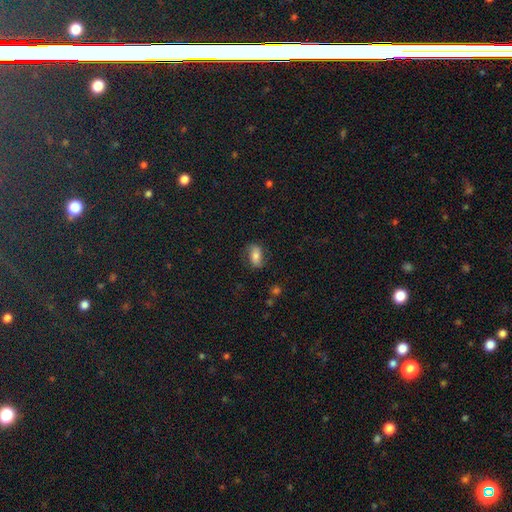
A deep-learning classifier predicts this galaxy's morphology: smooth-or-featured: smooth: 59% | featured or disk: 31% | star or artifact: 10%
  how-rounded: in between: 84% | round: 11% | cigar-shaped: 5%
  merging: none: 74% | minor disturbance: 17% | major disturbance: 8% | merger: 1%